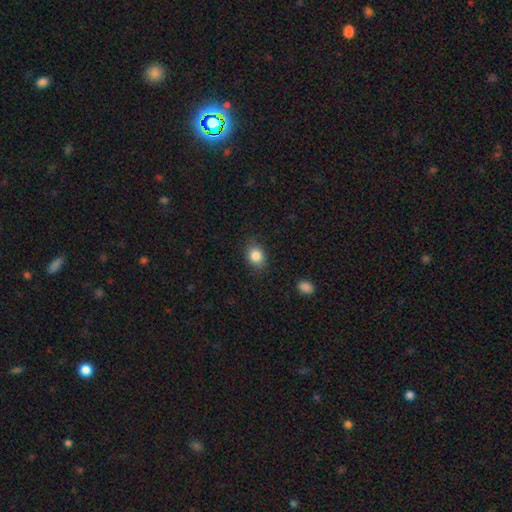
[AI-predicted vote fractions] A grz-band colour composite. It shows a smooth galaxy with no disk features (85%) that is in between round and cigar-shaped (56%). Merging: none (84%).